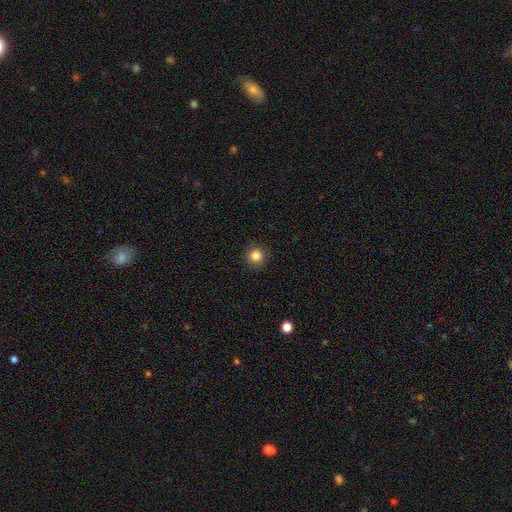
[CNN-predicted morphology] The model was most divided on "smooth or featured": smooth: 84%, star or artifact: 11%, featured or disk: 4%. More confident: how rounded — round (94%); merging — none (91%).